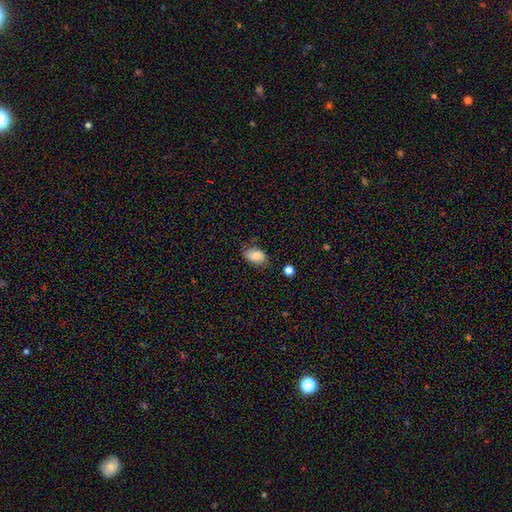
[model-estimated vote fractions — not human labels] Smooth or featured: smooth — 82% (featured or disk — 10%)
How rounded: in between — 90% (round — 9%)
Merging: none — 66% (minor disturbance — 26%)